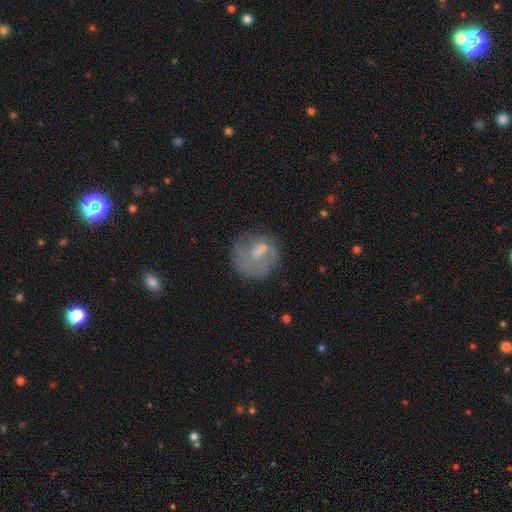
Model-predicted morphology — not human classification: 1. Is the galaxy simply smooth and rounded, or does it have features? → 48% smooth, 41% featured or disk, 11% star or artifact.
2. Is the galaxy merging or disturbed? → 50% none, 20% minor disturbance, 19% major disturbance, 11% merger.